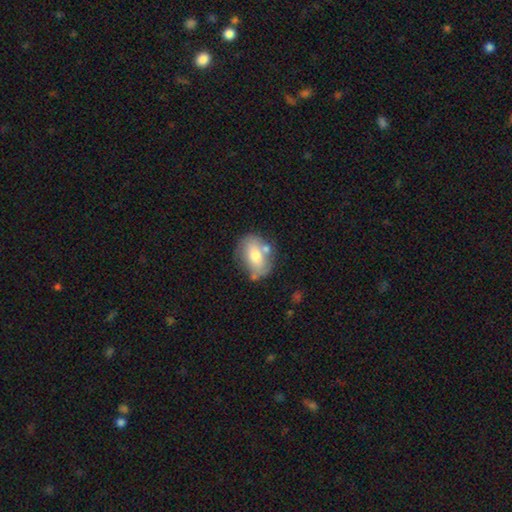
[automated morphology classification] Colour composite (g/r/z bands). It shows a smooth galaxy with no disk features (60%) that is in between round and cigar-shaped (75%). Merging: none (58%).